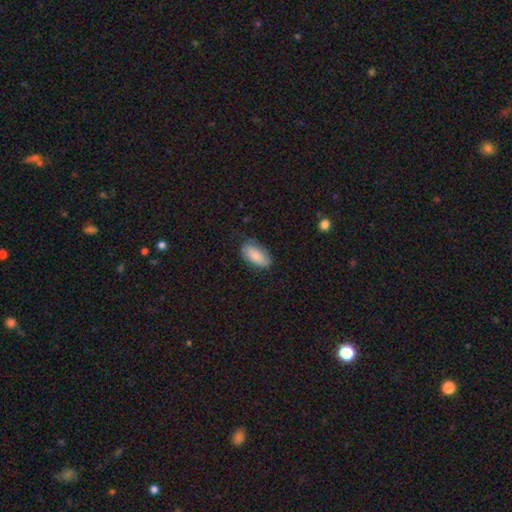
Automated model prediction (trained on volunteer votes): The model was most divided on "merging": none: 74%, minor disturbance: 20%, major disturbance: 5%, merger: 1%. More confident: how rounded — in between (91%); smooth or featured — smooth (84%).